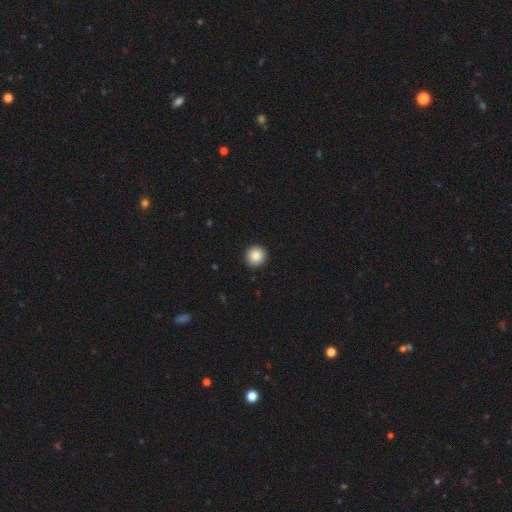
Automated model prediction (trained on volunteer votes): Morphology: type=smooth (87%); roundness=round (95%); merging=none (93%).